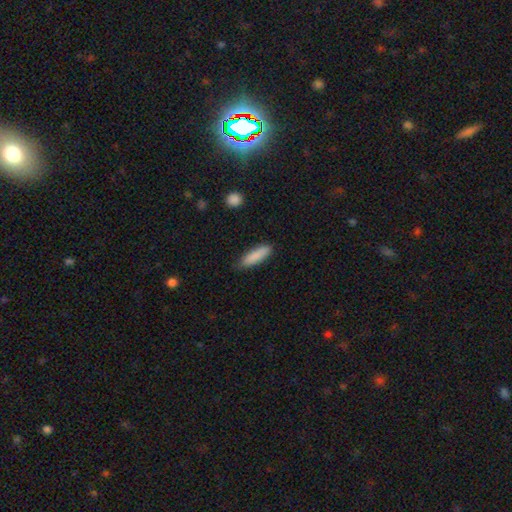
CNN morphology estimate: smooth_or_featured: smooth (p=0.87) [alt: featured or disk p=0.07]
how_rounded: cigar-shaped (p=0.61) [alt: in between p=0.37]
merging: none (p=0.81) [alt: minor disturbance p=0.15]